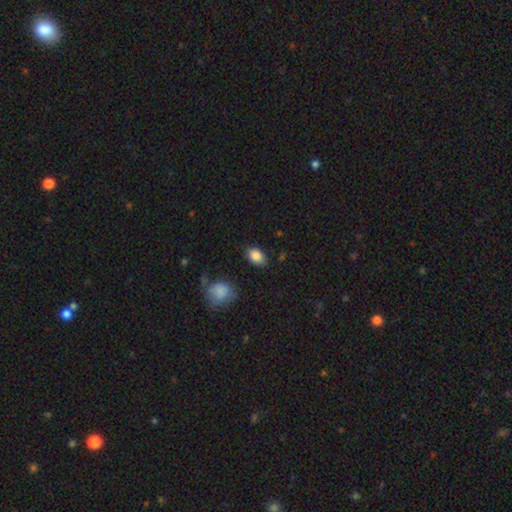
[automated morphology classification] smooth-or-featured: smooth: 87% | star or artifact: 8% | featured or disk: 5%
  how-rounded: in between: 85% | round: 14% | cigar-shaped: 1%
  merging: none: 81% | minor disturbance: 14% | major disturbance: 3% | merger: 2%